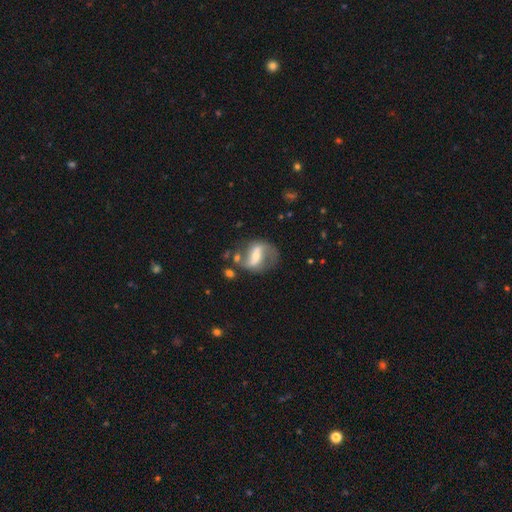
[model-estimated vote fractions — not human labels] A featured or disk galaxy (76%) with a strong bar (53%), 2 (85%) loose (55%) spiral arms (82%) and a moderate central bulge (50%).

Vote fractions:
- Smooth or featured? featured or disk: 76% / smooth: 17% / star or artifact: 7%
- Edge-on disk? no: 94% / yes: 6%
- Bar? strong: 53% / weak: 30% / no: 17%
- Spiral arms? yes: 82% / no: 18%
- Spiral winding? loose: 55% / medium: 34% / tight: 11%
- Spiral arm count? 2: 85% / can't tell: 6% / 1: 6% / 3: 1% / 4: 1% / more than 4: 1%
- Bulge size? moderate: 50% / small: 42% / large: 4% / none: 2% / dominant: 1%
- Merging? none: 59% / minor disturbance: 18% / major disturbance: 13% / merger: 10%